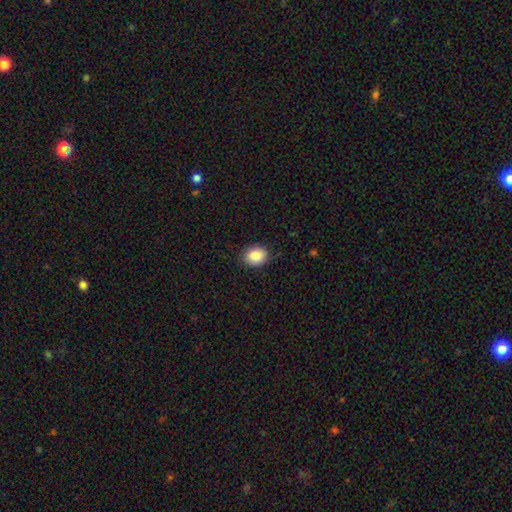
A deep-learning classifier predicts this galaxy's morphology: smooth-or-featured: smooth: 88% | star or artifact: 8% | featured or disk: 4%
  how-rounded: round: 50% | in between: 49% | cigar-shaped: 1%
  merging: none: 87% | minor disturbance: 10% | major disturbance: 2% | merger: 1%